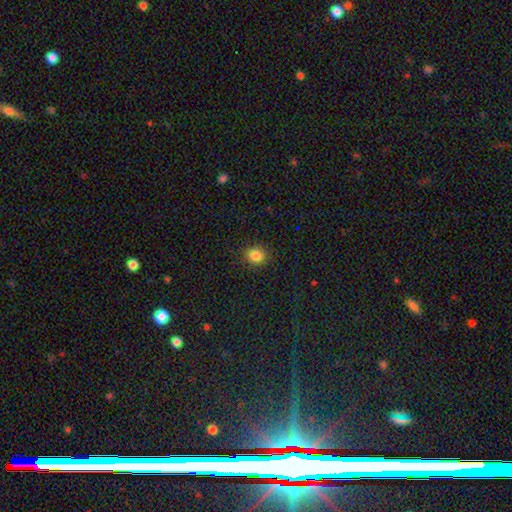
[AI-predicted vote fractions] The model was most divided on "how rounded": round: 76%, in between: 23%, cigar-shaped: 1%. More confident: merging — none (89%); smooth or featured — smooth (84%).